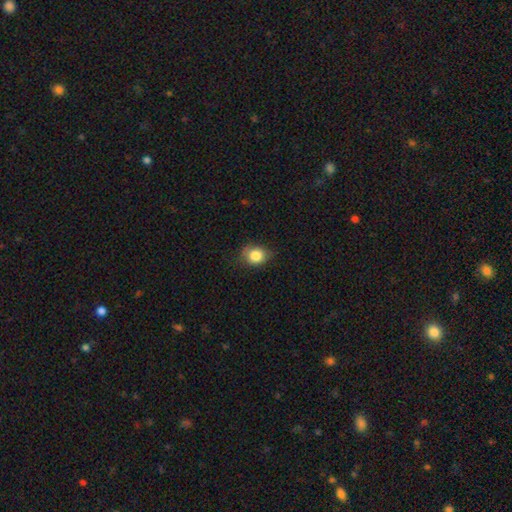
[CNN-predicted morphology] Smooth or featured? smooth (83%)
How rounded? round (65%)
Merging? none (69%)